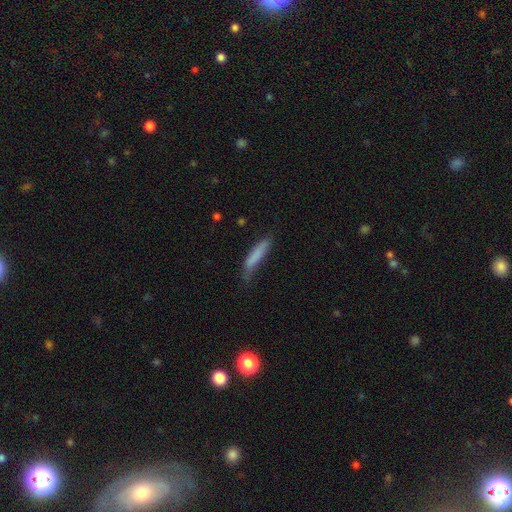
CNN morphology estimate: Q: Smooth or featured?
A: smooth (77%); runner-up: featured or disk (16%)
Q: How rounded?
A: cigar-shaped (87%); runner-up: in between (11%)
Q: Merging?
A: none (55%); runner-up: minor disturbance (32%)